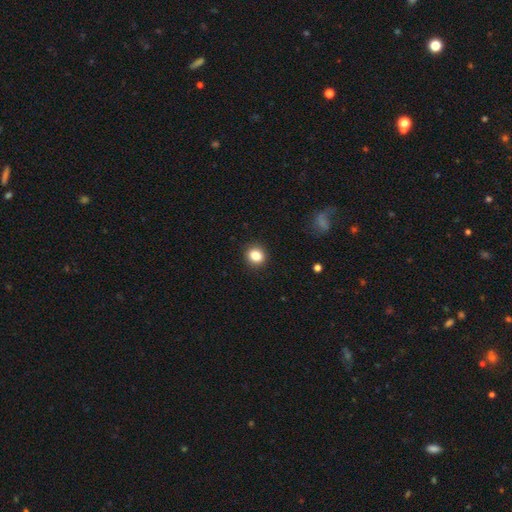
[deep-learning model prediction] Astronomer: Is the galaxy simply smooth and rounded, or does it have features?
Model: smooth — 84%.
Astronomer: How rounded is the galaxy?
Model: round — 75%.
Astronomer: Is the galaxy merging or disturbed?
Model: none — 91%.